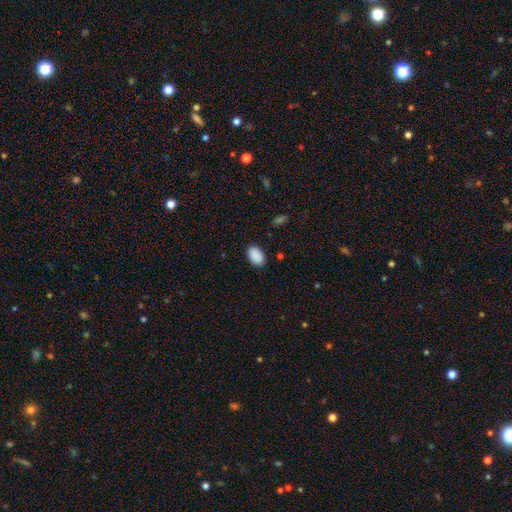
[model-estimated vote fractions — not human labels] Smooth or featured? Predicted: smooth (p=0.90). How rounded? Predicted: in between (p=0.89). Merging? Predicted: none (p=0.87).